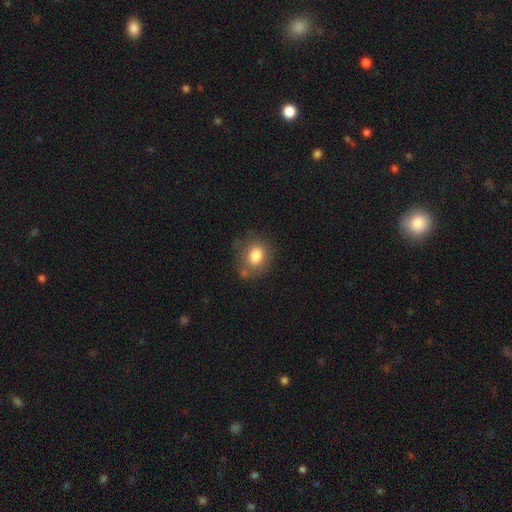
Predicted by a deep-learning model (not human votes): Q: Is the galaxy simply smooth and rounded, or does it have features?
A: smooth — 81%.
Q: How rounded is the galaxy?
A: round — 58%.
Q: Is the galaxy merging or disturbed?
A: none — 68%.